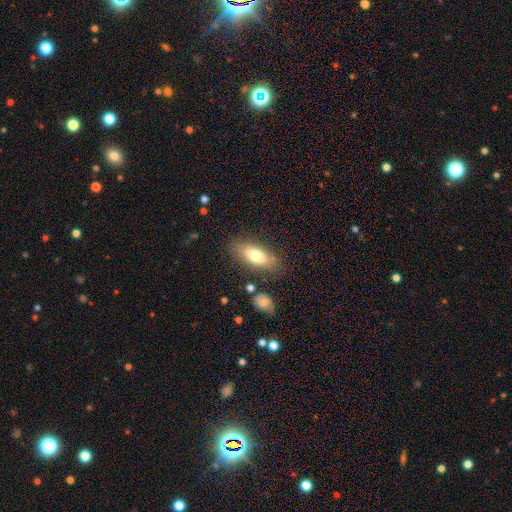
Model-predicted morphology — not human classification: smooth_or_featured: smooth (p=0.73) [alt: featured or disk p=0.20]
how_rounded: in between (p=0.80) [alt: cigar-shaped p=0.17]
merging: none (p=0.77) [alt: minor disturbance p=0.14]